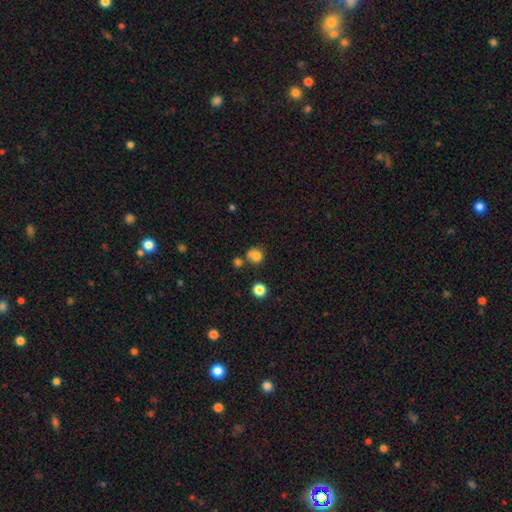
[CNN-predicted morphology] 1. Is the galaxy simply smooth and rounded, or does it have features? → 79% smooth, 13% star or artifact, 8% featured or disk.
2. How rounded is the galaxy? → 78% round, 21% in between, 1% cigar-shaped.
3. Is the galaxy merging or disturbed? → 57% none, 19% merger, 17% minor disturbance, 7% major disturbance.